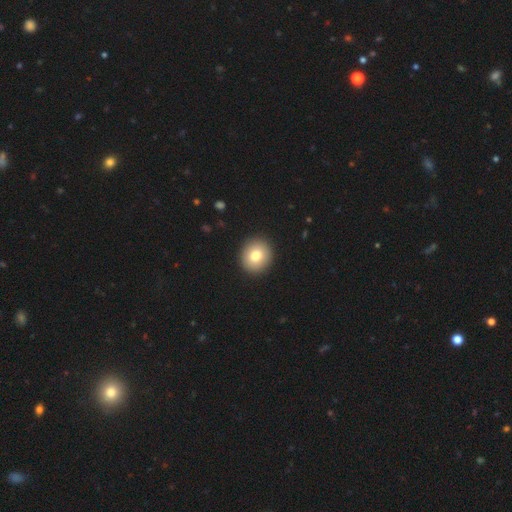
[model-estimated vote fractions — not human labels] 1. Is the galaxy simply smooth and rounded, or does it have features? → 79% smooth, 12% featured or disk, 9% star or artifact.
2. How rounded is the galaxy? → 85% round, 15% in between, 1% cigar-shaped.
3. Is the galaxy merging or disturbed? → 93% none, 5% minor disturbance, 2% major disturbance, 1% merger.